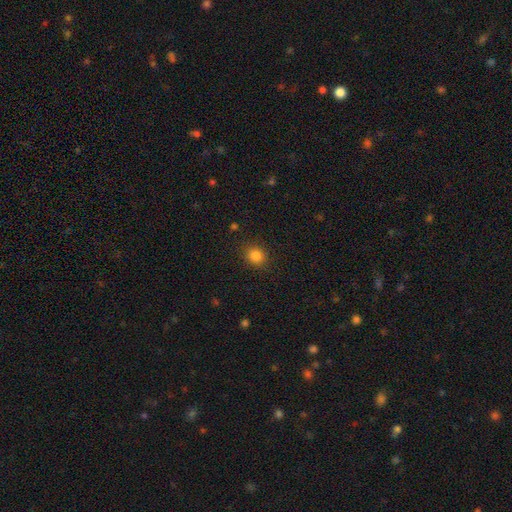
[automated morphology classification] smooth 84%, star or artifact 12%, featured or disk 4%. Down the decision tree: how rounded — round (75%); merging — none (87%).